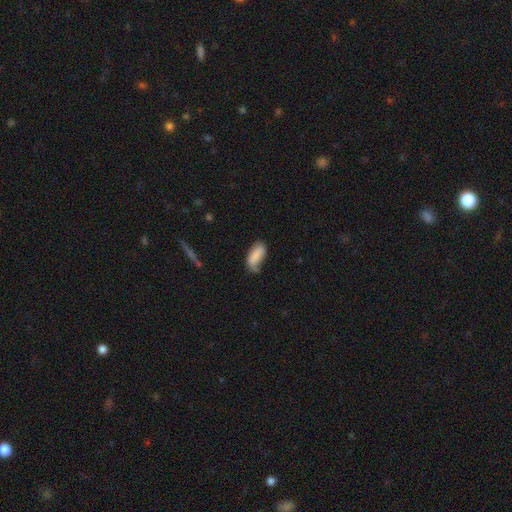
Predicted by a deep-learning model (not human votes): This appears to be a smooth galaxy with no disk features (81%) that is in between round and cigar-shaped (87%). Merging: none (49%).